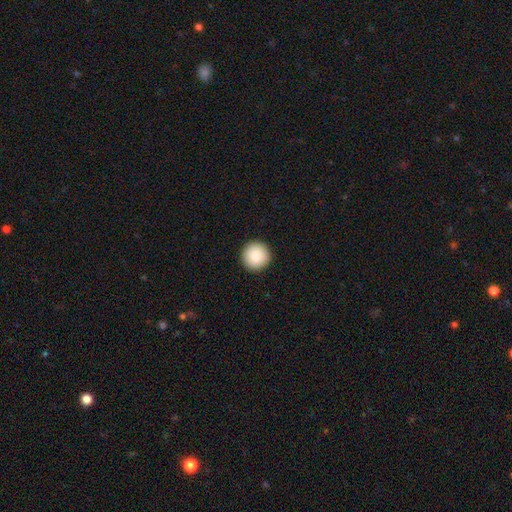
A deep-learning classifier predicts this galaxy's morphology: This appears to be a smooth galaxy with no disk features (87%) that is round (96%). Merging: none (93%).